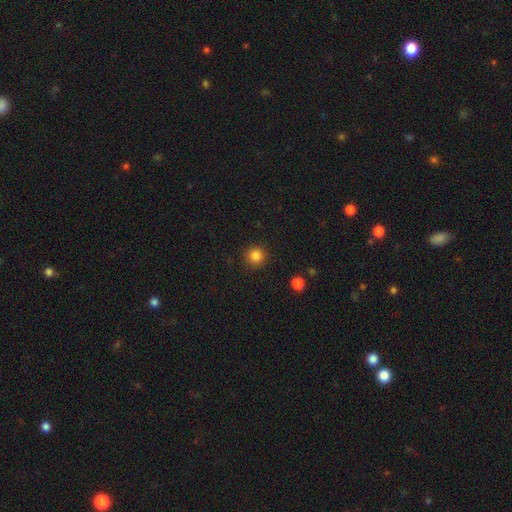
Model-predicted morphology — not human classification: type=smooth (84%); roundness=round (95%); merging=none (92%).